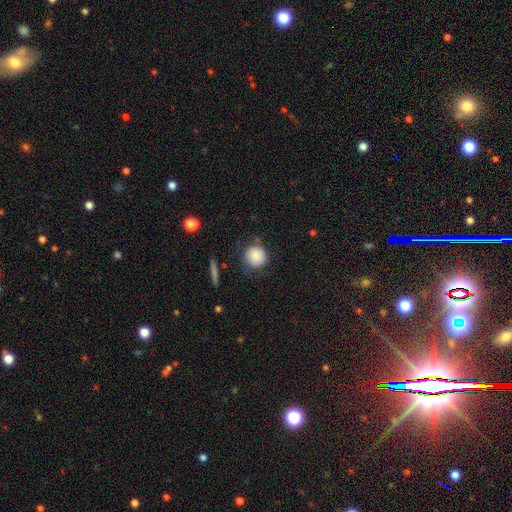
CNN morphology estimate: This appears to be a smooth galaxy with no disk features (86%) that is round (90%). Merging: none (74%).